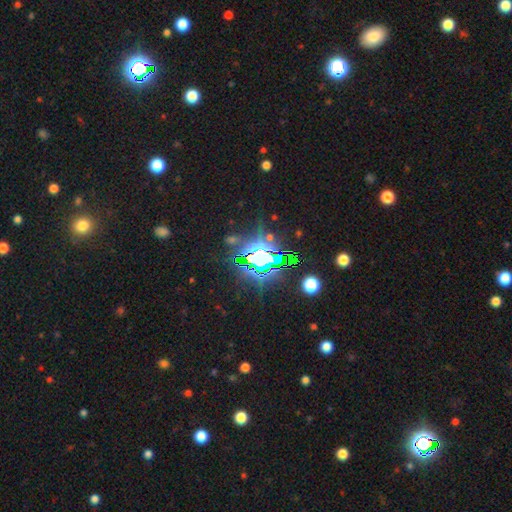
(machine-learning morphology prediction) Smooth or featured? Predicted: star or artifact (p=0.76).